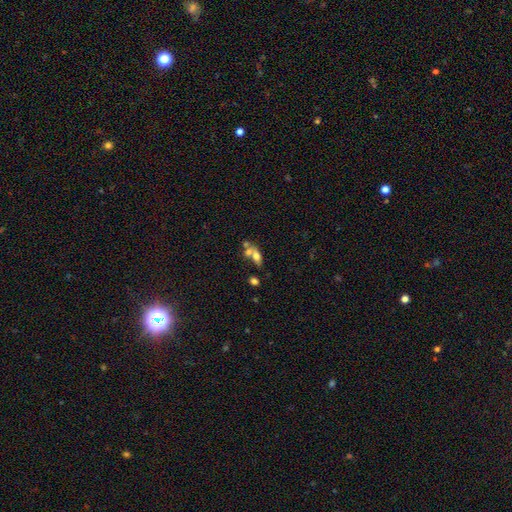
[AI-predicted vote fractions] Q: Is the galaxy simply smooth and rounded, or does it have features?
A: smooth — 62%.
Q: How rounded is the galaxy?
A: in between — 77%.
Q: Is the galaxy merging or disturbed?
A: merger — 51%.